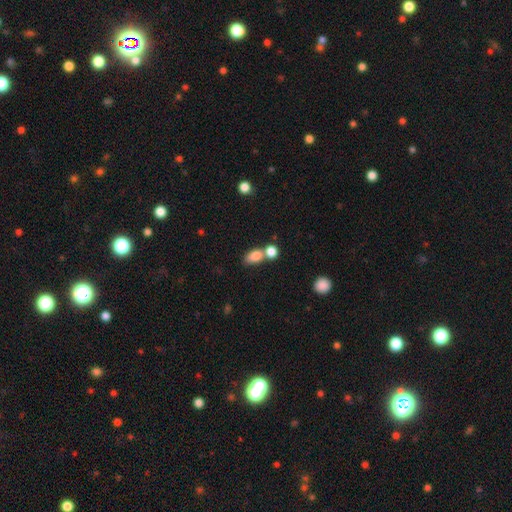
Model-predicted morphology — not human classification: type=smooth (82%); roundness=in between (78%); merging=merger (47%).